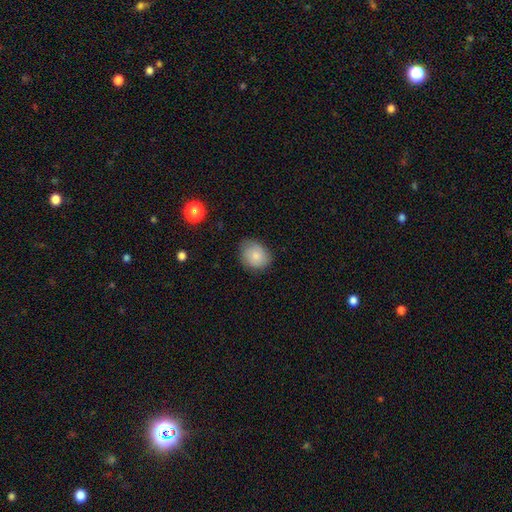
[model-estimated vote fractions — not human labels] smooth-or-featured: smooth: 79% | featured or disk: 13% | star or artifact: 8%
  how-rounded: round: 58% | in between: 41% | cigar-shaped: 1%
  merging: none: 75% | minor disturbance: 20% | major disturbance: 4% | merger: 1%